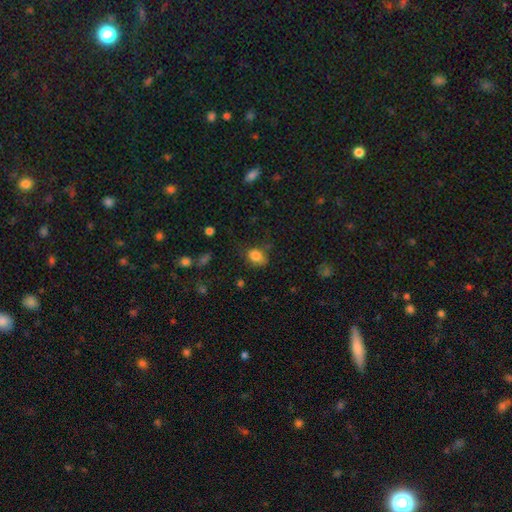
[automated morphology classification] Smooth or featured? Predicted: smooth (p=0.82). How rounded? Predicted: in between (p=0.72). Merging? Predicted: none (p=0.63).